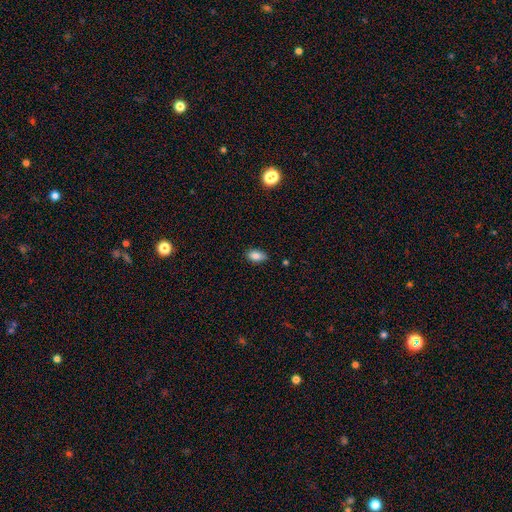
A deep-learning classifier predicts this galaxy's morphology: smooth-or-featured: smooth: 85% | star or artifact: 9% | featured or disk: 6%
  how-rounded: in between: 89% | round: 7% | cigar-shaped: 4%
  merging: none: 82% | minor disturbance: 14% | major disturbance: 2% | merger: 1%